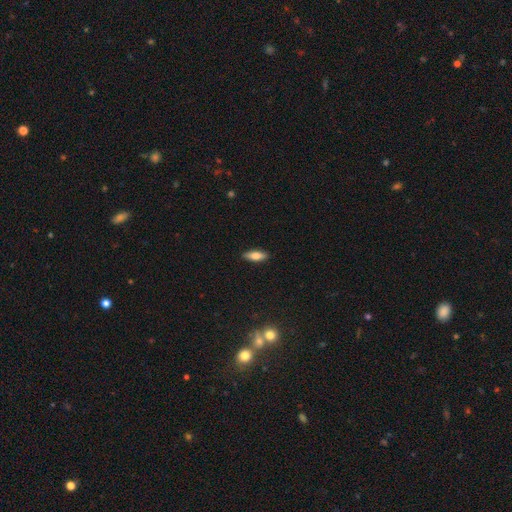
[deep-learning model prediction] smooth_or_featured: smooth (p=0.75) [alt: featured or disk p=0.18]
how_rounded: in between (p=0.65) [alt: cigar-shaped p=0.33]
merging: none (p=0.89) [alt: minor disturbance p=0.08]